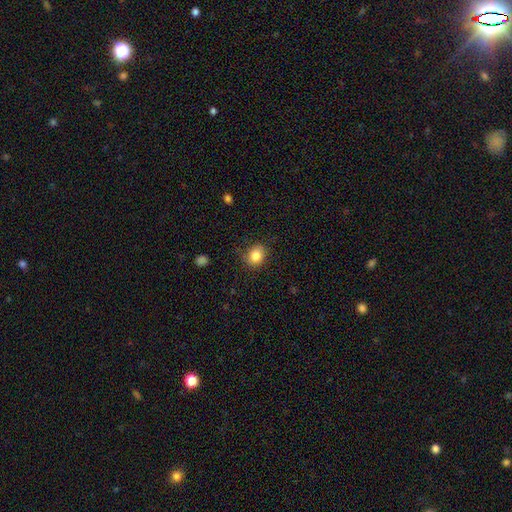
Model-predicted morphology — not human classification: smooth_or_featured: smooth (p=0.84) [alt: star or artifact p=0.10]
how_rounded: round (p=0.58) [alt: in between p=0.41]
merging: none (p=0.79) [alt: minor disturbance p=0.15]